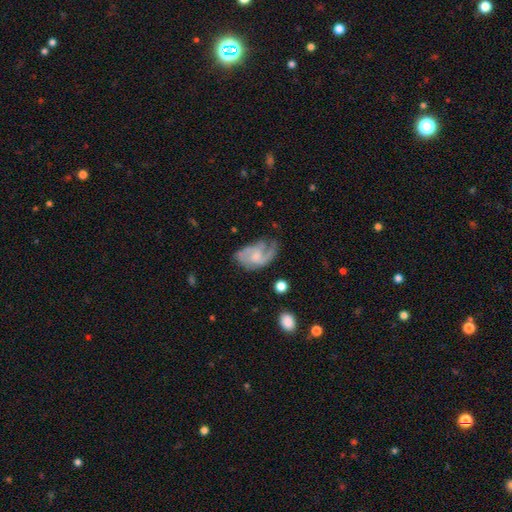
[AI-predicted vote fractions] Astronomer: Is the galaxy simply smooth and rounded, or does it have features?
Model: featured or disk — 74%.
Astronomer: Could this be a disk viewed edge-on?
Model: no — 97%.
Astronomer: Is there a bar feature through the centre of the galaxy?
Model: no — 54% (runner-up: weak, 40%).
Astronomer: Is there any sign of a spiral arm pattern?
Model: yes — 91%.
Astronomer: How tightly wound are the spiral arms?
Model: medium — 47% (runner-up: loose, 31%).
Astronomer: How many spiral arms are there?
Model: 2 — 59%.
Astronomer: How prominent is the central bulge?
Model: small — 46% (runner-up: moderate, 27%).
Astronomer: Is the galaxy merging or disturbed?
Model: none — 52%.